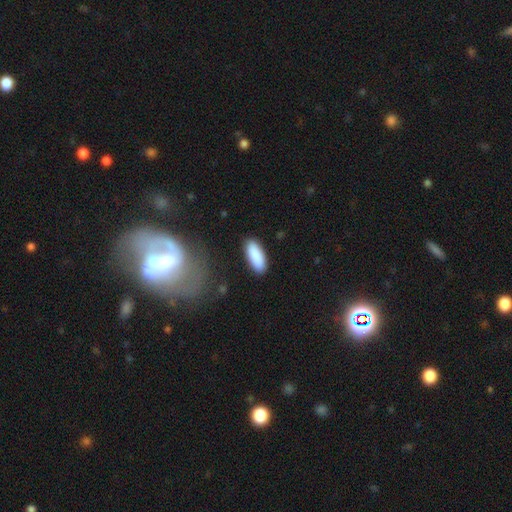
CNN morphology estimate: A smooth galaxy with no disk features (89%) that is in between round and cigar-shaped (75%). Merging: none (87%).